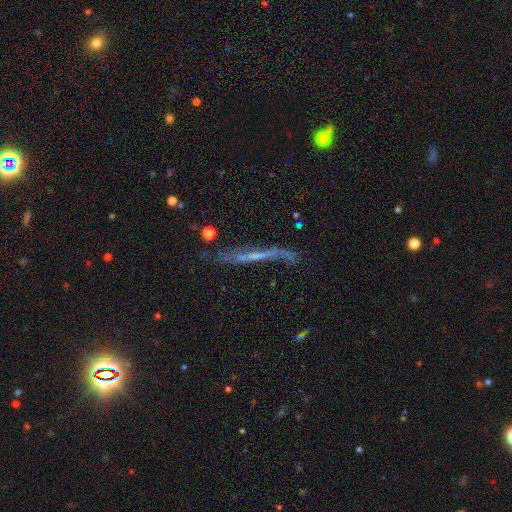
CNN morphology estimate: featured or disk 61%, smooth 29%, star or artifact 10%. Down the decision tree: edge-on disk — yes (77%); merging — none (54%).